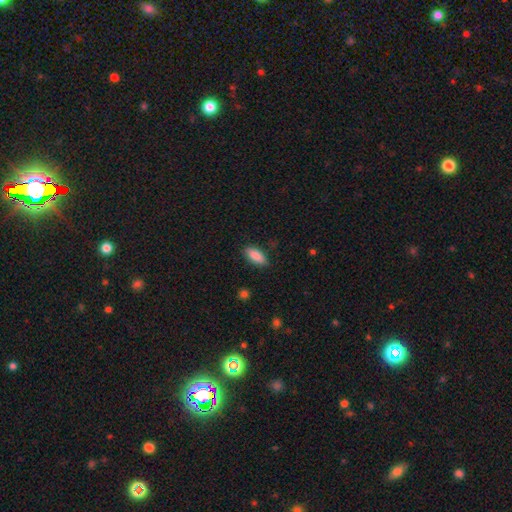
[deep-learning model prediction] The model was most divided on "how rounded": in between: 83%, cigar-shaped: 15%, round: 2%. More confident: smooth or featured — smooth (88%); merging — none (83%).